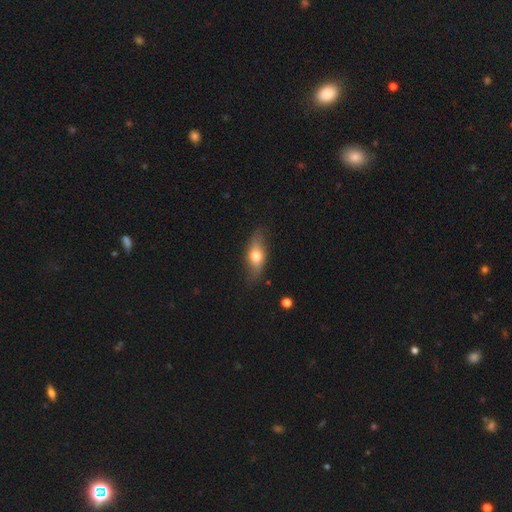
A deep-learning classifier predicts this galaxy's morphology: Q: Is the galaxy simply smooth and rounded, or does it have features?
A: smooth — 55%.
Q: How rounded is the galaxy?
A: in between — 72%.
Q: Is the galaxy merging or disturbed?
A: none — 76%.